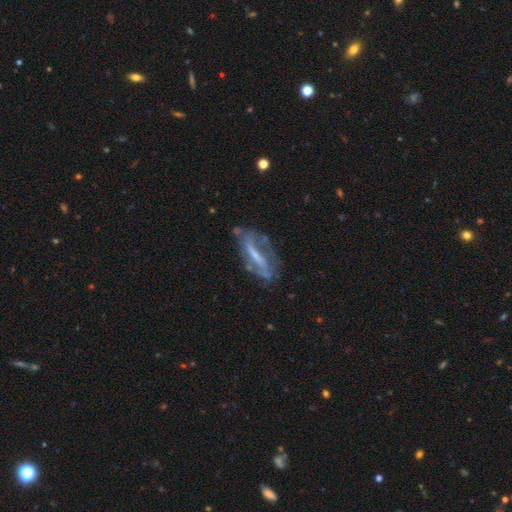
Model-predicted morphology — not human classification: A featured or disk galaxy (72%) with a strong bar (55%), spiral arms (70%) and a small central bulge (41%). Merging: none (59%).